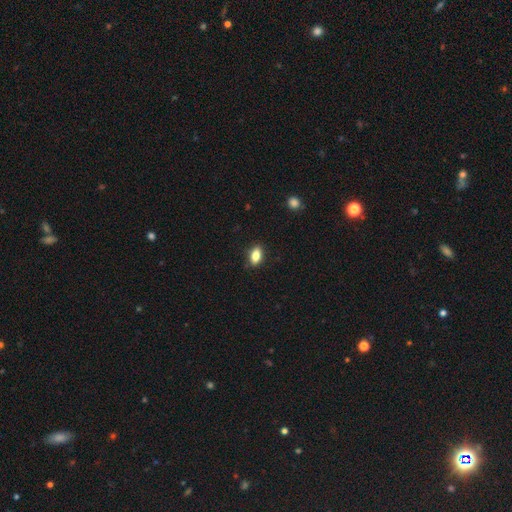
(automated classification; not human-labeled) A smooth galaxy with no disk features (83%) that is in between round and cigar-shaped (87%).

Vote fractions:
- Smooth or featured? smooth: 83% / featured or disk: 9% / star or artifact: 8%
- How rounded? in between: 87% / cigar-shaped: 7% / round: 6%
- Merging? none: 87% / minor disturbance: 10% / major disturbance: 2% / merger: 1%